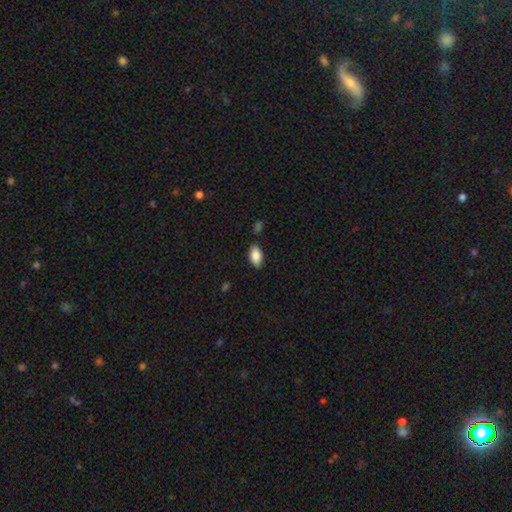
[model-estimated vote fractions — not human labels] This appears to be a smooth galaxy with no disk features (88%) that is in between round and cigar-shaped (94%). Merging: none (81%).